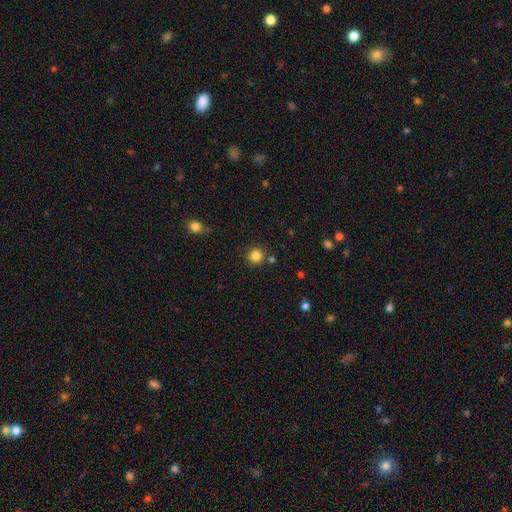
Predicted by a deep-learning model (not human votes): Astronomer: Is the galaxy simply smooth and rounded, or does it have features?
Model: smooth — 84%.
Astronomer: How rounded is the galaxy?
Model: round — 93%.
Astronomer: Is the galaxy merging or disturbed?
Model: none — 85%.